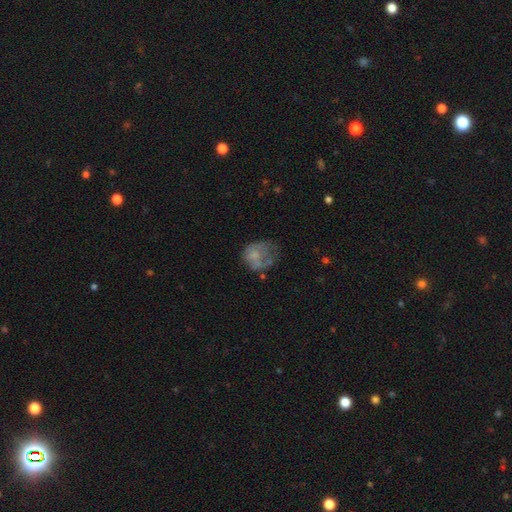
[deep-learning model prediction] Smooth or featured?
  - smooth: 53% *
  - featured or disk: 36%
  - star or artifact: 11%
How rounded?
  - round: 56% *
  - in between: 43%
  - cigar-shaped: 1%
Merging?
  - major disturbance: 38% *
  - none: 31%
  - minor disturbance: 26%
  - merger: 5%